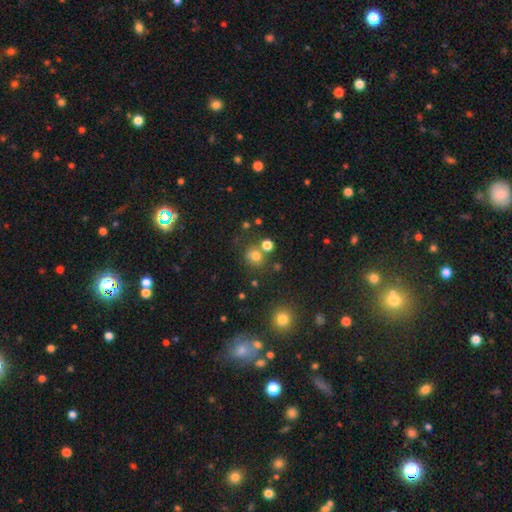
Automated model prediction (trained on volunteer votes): smooth-or-featured: smooth: 73% | star or artifact: 18% | featured or disk: 9%
  how-rounded: round: 81% | in between: 18% | cigar-shaped: 1%
  merging: none: 68% | merger: 15% | minor disturbance: 11% | major disturbance: 5%